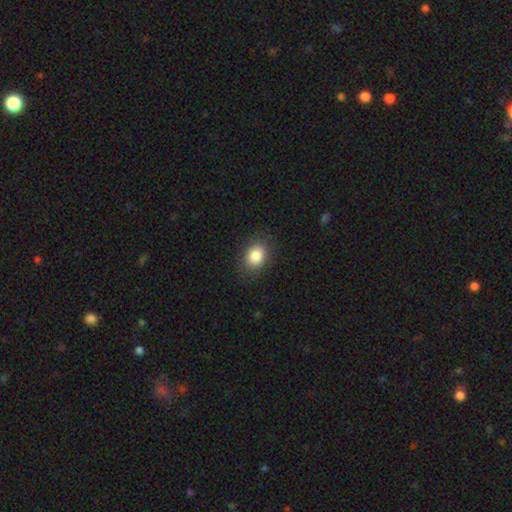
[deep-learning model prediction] Smooth or featured? smooth (84%)
How rounded? in between (64%)
Merging? none (85%)